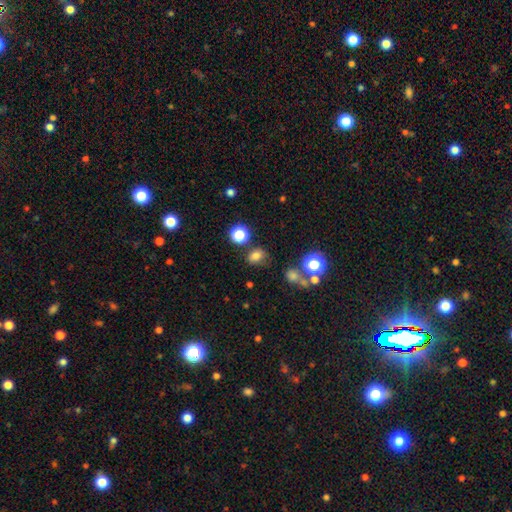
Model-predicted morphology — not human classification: smooth_or_featured: smooth (p=0.74) [alt: star or artifact p=0.19]
how_rounded: round (p=0.51) [alt: in between p=0.48]
merging: none (p=0.73) [alt: minor disturbance p=0.15]